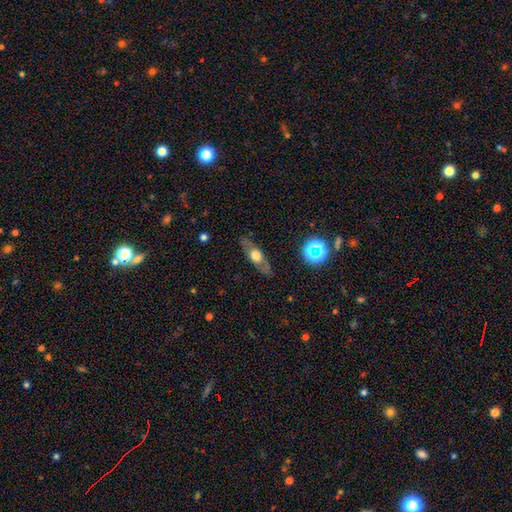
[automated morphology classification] smooth_or_featured: featured or disk (p=0.51) [alt: smooth p=0.41]
disk_edge_on: yes (p=0.67) [alt: no p=0.33]
merging: none (p=0.81) [alt: minor disturbance p=0.13]